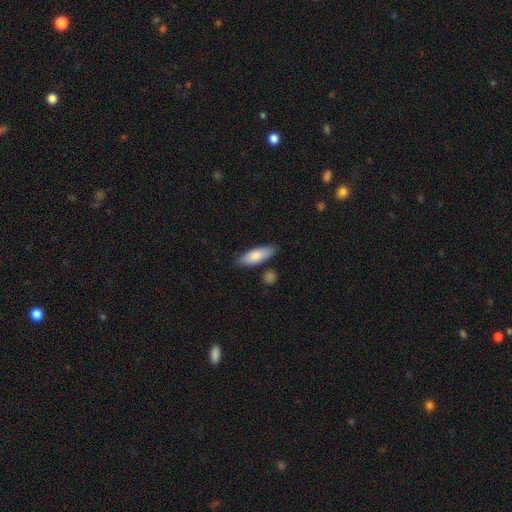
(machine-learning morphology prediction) Overall: smooth (81%). How rounded: in between (64%; cigar-shaped 34%). Merging: none (81%).